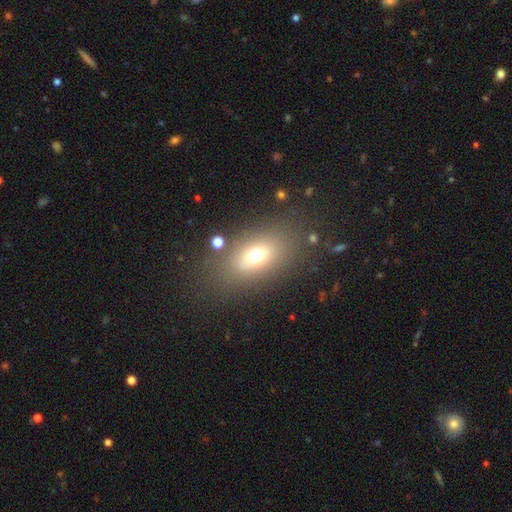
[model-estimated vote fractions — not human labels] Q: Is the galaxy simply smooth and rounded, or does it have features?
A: smooth — 68%.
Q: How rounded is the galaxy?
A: in between — 77%.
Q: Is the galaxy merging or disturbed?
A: none — 78%.